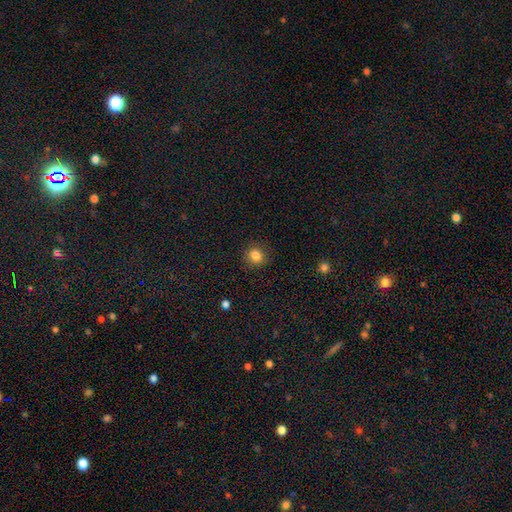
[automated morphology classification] Smooth or featured: smooth — 84% (star or artifact — 11%)
How rounded: round — 78% (in between — 21%)
Merging: none — 88% (minor disturbance — 8%)